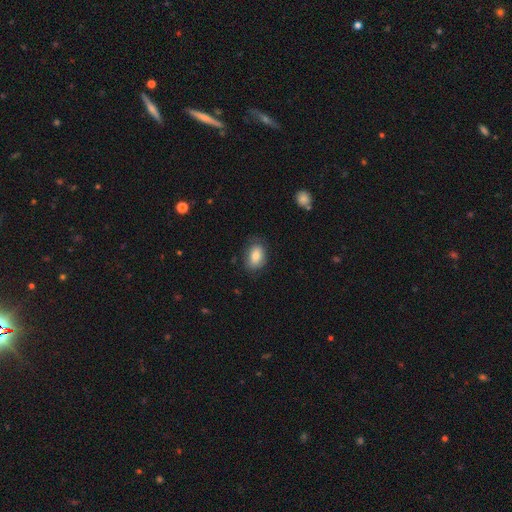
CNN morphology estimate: smooth 78%, featured or disk 14%, star or artifact 8%. Down the decision tree: how rounded — in between (82%); merging — none (74%).